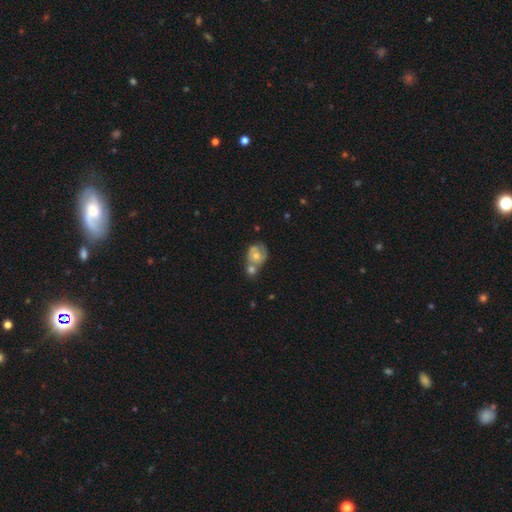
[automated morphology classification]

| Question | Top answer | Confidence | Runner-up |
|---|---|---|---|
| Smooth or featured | smooth | 46% | tied: featured or disk (46%) |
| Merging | merger | 55% | none (25%) |